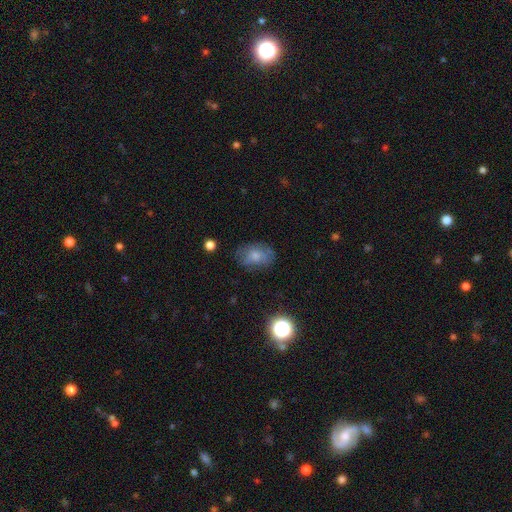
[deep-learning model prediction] Smooth or featured? smooth (69%)
How rounded? in between (80%)
Merging? none (68%)